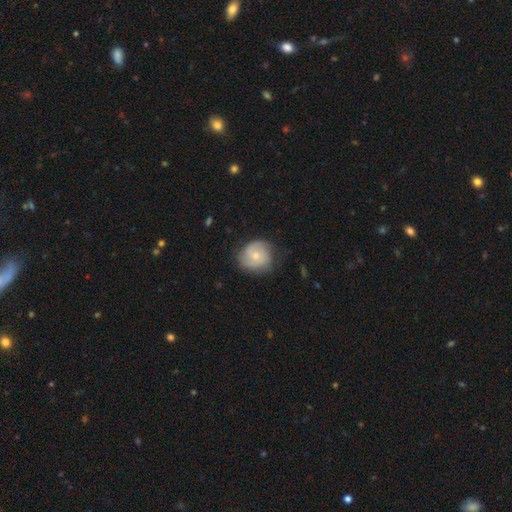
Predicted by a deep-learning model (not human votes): smooth_or_featured: smooth (p=0.51) [alt: featured or disk p=0.42]
how_rounded: round (p=0.81) [alt: in between p=0.19]
merging: none (p=0.65) [alt: minor disturbance p=0.26]